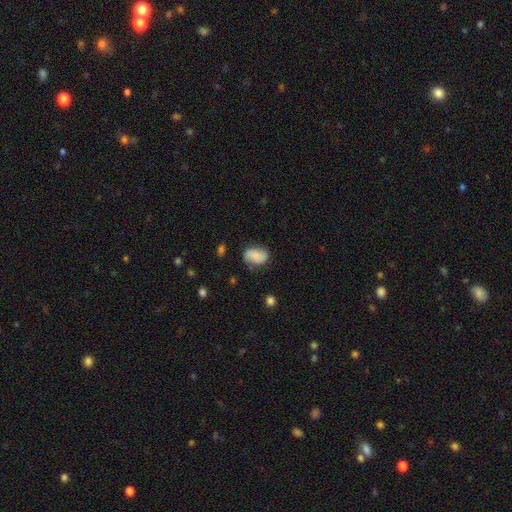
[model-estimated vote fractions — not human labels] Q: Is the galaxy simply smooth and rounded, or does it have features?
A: smooth — 77%.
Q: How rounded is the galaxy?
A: in between — 85%.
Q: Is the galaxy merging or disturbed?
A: none — 67%.